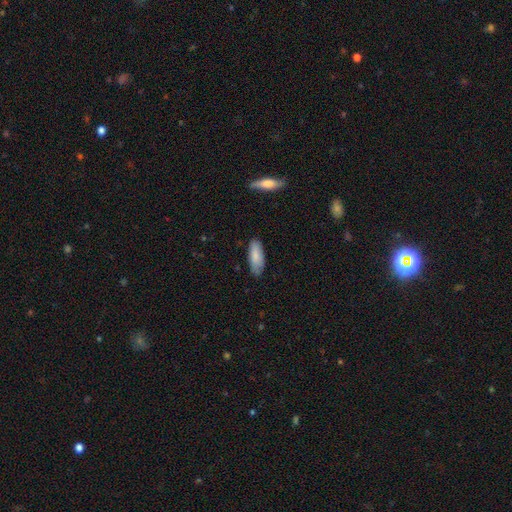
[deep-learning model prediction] Smooth or featured? Predicted: smooth (p=0.84). How rounded? Predicted: in between (p=0.68). Merging? Predicted: none (p=0.80).